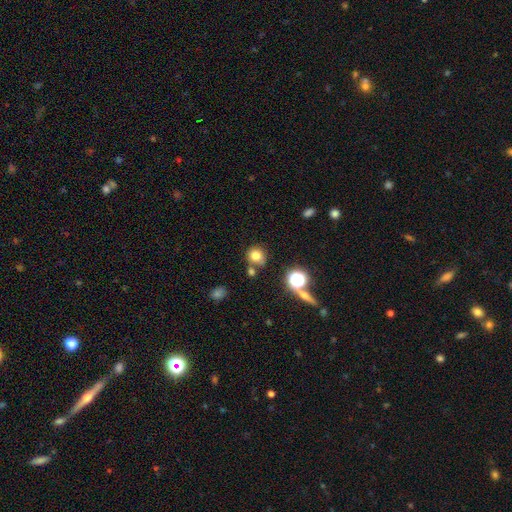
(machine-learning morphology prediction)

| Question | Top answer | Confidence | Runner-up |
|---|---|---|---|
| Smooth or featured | smooth | 76% | star or artifact (15%) |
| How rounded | round | 84% | in between (15%) |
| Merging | none | 71% | minor disturbance (13%) |